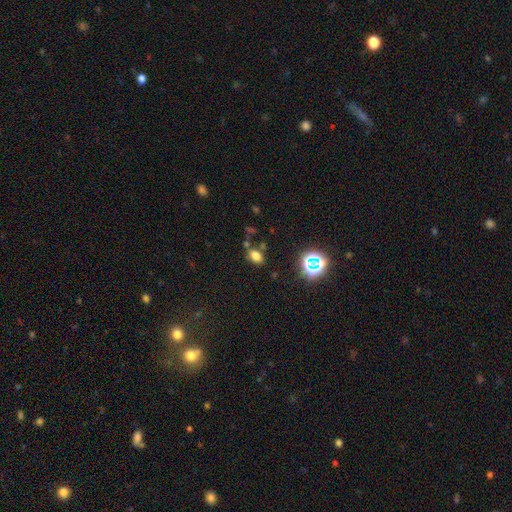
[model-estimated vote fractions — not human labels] A smooth galaxy with no disk features (71%) that is in between round and cigar-shaped (80%). Merging: none (74%).